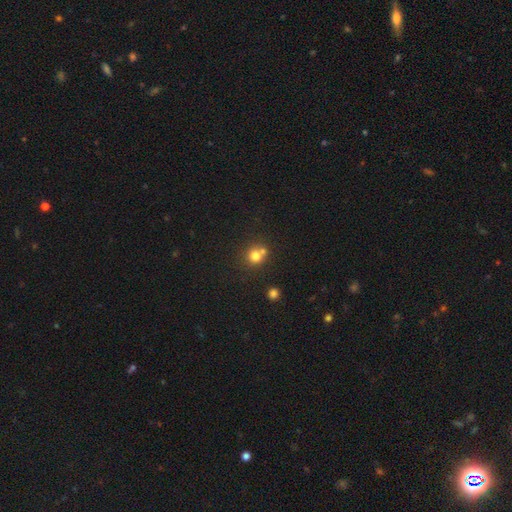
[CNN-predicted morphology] This appears to be a smooth galaxy with no disk features (76%) that is round (86%). Merging: none (53%).